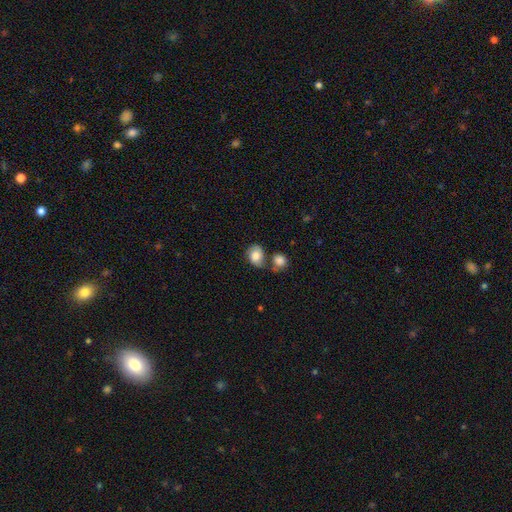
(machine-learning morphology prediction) Smooth or featured? Predicted: smooth (p=0.66). How rounded? Predicted: in between (p=0.50). Merging? Predicted: none (p=0.40).